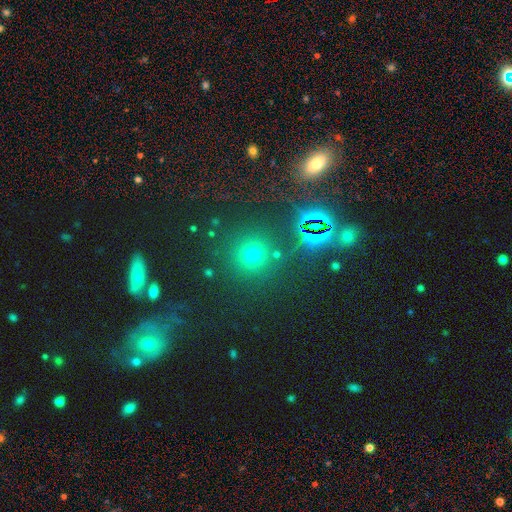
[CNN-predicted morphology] A smooth galaxy with no disk features (61%) that is round (93%). Merging: none (84%).